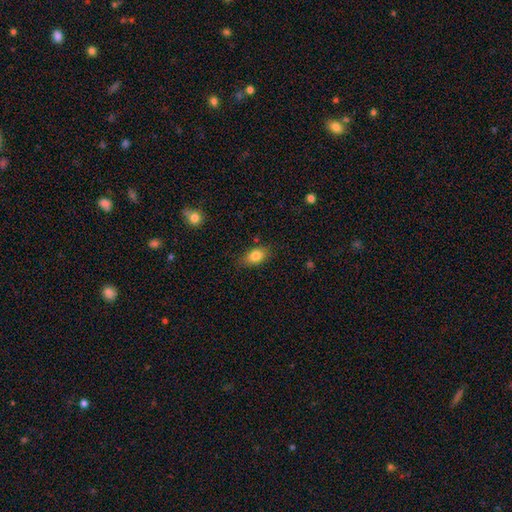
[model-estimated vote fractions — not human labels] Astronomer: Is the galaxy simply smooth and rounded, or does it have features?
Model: smooth — 82%.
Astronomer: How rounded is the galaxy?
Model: in between — 85%.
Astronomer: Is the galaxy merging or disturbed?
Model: none — 80%.